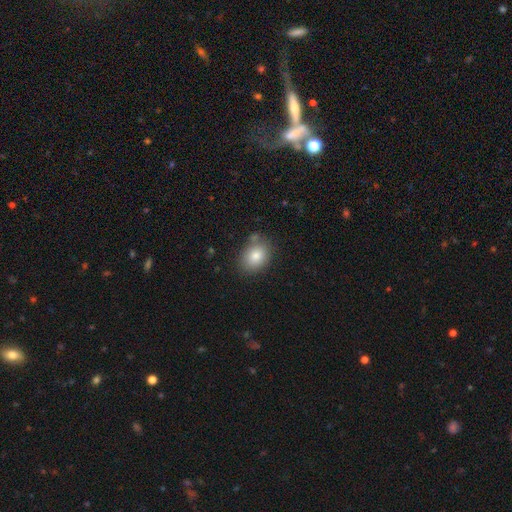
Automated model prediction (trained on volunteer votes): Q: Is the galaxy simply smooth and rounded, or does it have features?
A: smooth — 82%.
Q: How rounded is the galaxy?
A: in between — 63%.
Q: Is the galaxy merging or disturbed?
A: none — 75%.